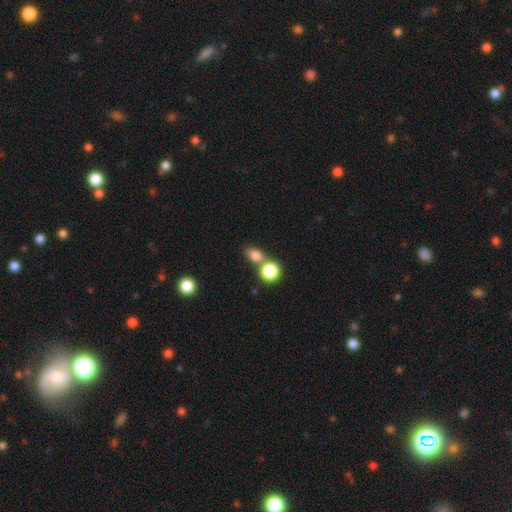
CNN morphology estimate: smooth-or-featured: smooth: 80% | star or artifact: 12% | featured or disk: 8%
  how-rounded: in between: 55% | round: 43% | cigar-shaped: 2%
  merging: none: 49% | merger: 39% | minor disturbance: 9% | major disturbance: 4%